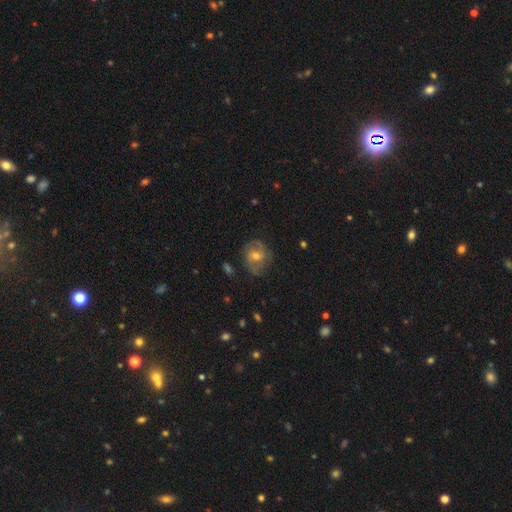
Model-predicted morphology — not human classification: This is possibly a featured or disk galaxy (54%). It is clearly not viewed edge-on (96%). Bar: likely no (61%). Spiral arm pattern: likely yes (74%). Central bulge: likely moderate (63%). Merging: likely none (66%).